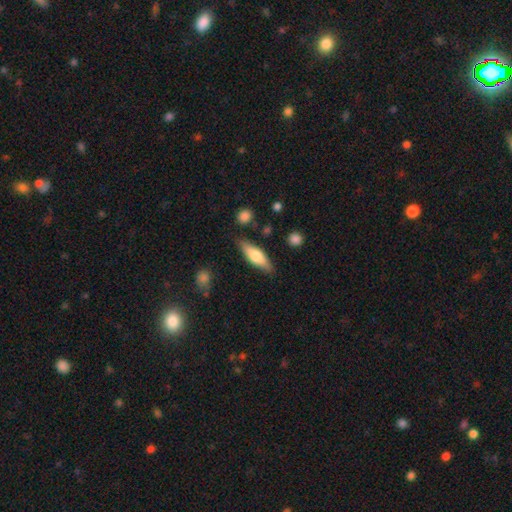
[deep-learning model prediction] The model was most divided on "how rounded": cigar-shaped: 50%, in between: 48%, round: 2%. More confident: merging — none (82%); smooth or featured — smooth (62%).